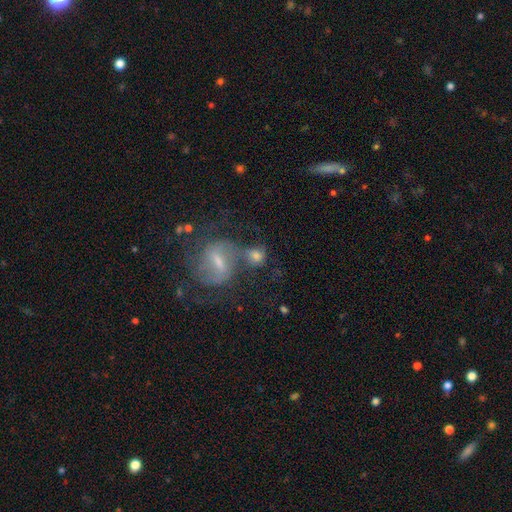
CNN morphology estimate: smooth_or_featured: smooth (p=0.56) [alt: featured or disk p=0.29]
how_rounded: round (p=0.60) [alt: in between p=0.36]
merging: merger (p=0.42) [alt: none p=0.37]